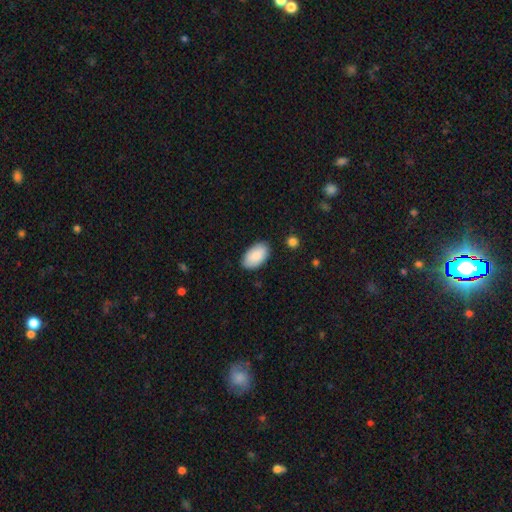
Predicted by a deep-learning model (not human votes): smooth-or-featured: smooth: 89% | star or artifact: 6% | featured or disk: 5%
  how-rounded: in between: 95% | round: 3% | cigar-shaped: 1%
  merging: none: 85% | minor disturbance: 11% | major disturbance: 2% | merger: 1%